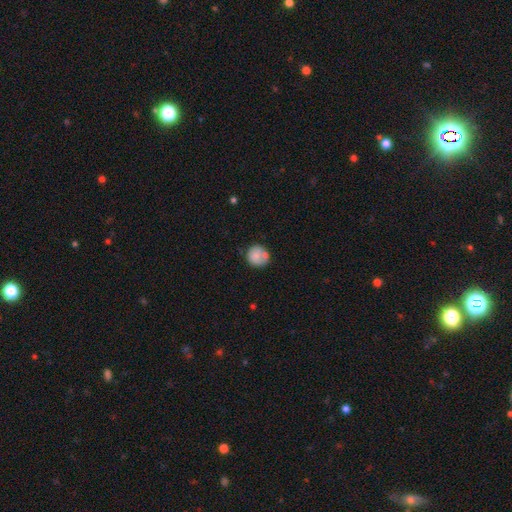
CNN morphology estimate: Smooth or featured: smooth — 76% (featured or disk — 16%)
How rounded: round — 89% (in between — 10%)
Merging: none — 63% (minor disturbance — 17%)